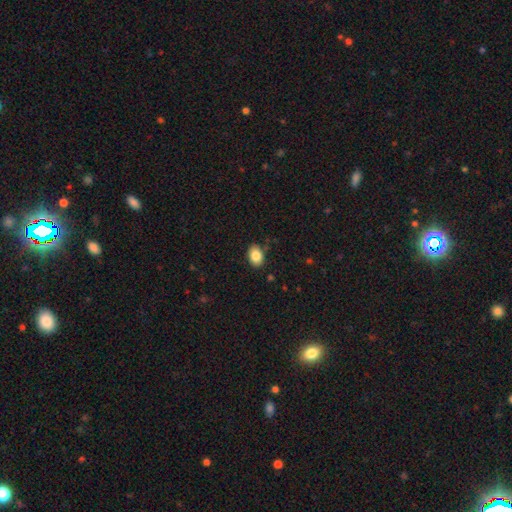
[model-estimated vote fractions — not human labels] Smooth or featured?
  - smooth: 86% *
  - star or artifact: 8%
  - featured or disk: 6%
How rounded?
  - in between: 79% *
  - round: 20%
  - cigar-shaped: 1%
Merging?
  - none: 85% *
  - minor disturbance: 12%
  - major disturbance: 2%
  - merger: 1%